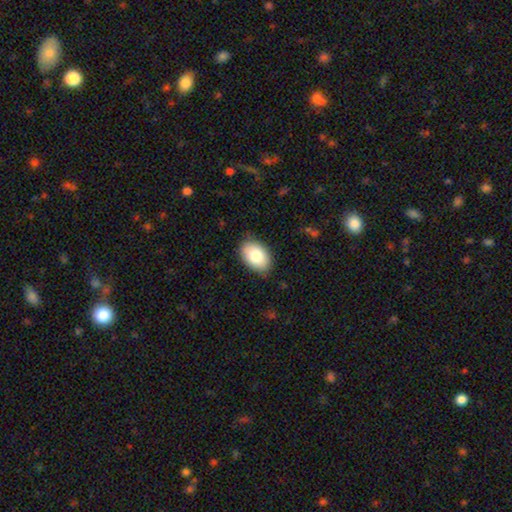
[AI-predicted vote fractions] This appears to be a smooth galaxy with no disk features (82%) that is in between round and cigar-shaped (88%). Merging: none (84%).